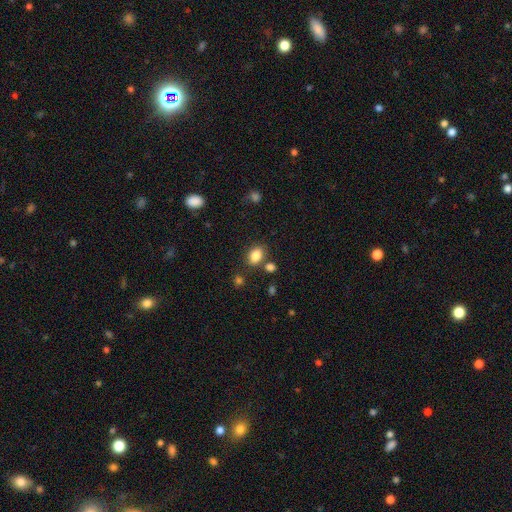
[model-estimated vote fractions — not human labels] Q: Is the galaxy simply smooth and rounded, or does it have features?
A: smooth — 85%.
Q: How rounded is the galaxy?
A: in between — 78%.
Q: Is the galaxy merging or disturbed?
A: none — 75%.